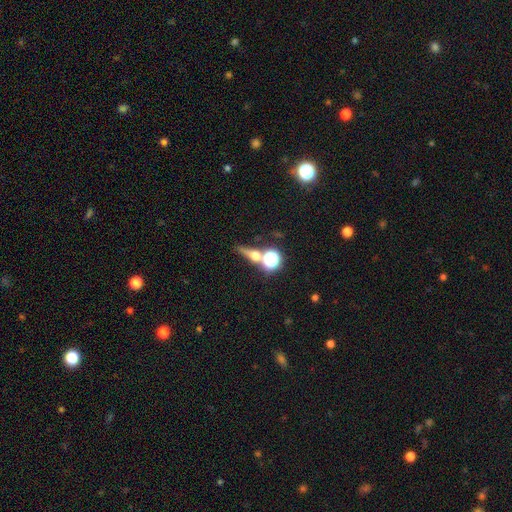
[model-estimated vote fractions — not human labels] Smooth or featured? Predicted: smooth (p=0.39). Merging? Predicted: none (p=0.62).